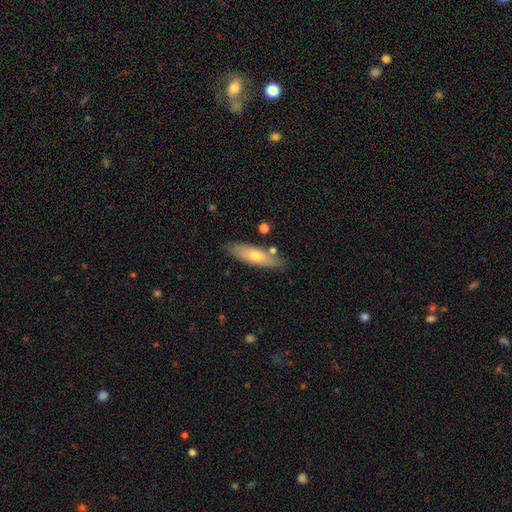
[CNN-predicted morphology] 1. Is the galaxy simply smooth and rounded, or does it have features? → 62% smooth, 31% featured or disk, 6% star or artifact.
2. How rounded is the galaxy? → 55% cigar-shaped, 42% in between, 2% round.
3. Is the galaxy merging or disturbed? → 79% none, 13% minor disturbance, 5% merger, 3% major disturbance.